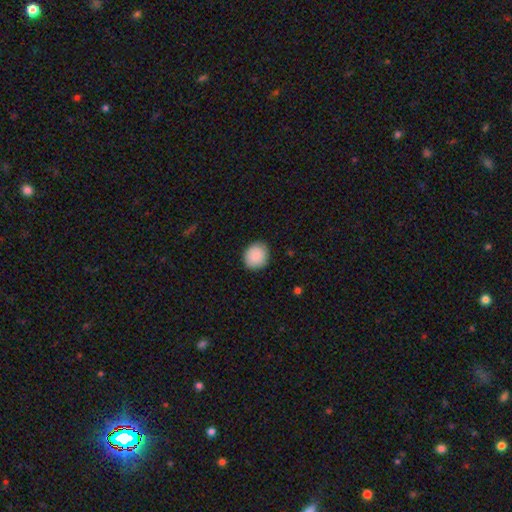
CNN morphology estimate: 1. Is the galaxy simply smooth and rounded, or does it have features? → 88% smooth, 7% star or artifact, 5% featured or disk.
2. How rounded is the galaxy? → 78% round, 21% in between, 1% cigar-shaped.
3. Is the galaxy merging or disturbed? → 88% none, 9% minor disturbance, 2% major disturbance, 1% merger.